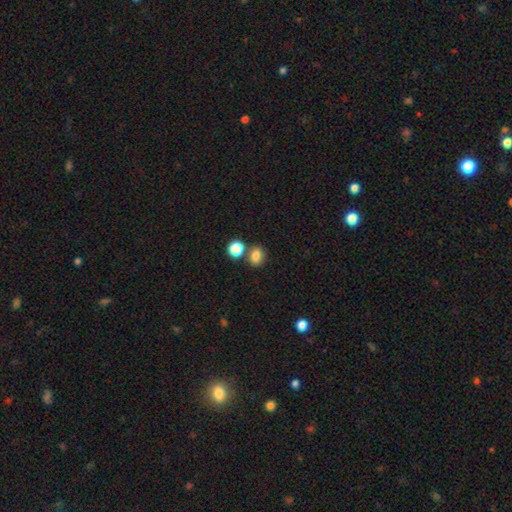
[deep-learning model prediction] Q: Smooth or featured?
A: smooth (82%); runner-up: star or artifact (12%)
Q: How rounded?
A: round (55%); runner-up: in between (44%)
Q: Merging?
A: none (69%); runner-up: merger (18%)